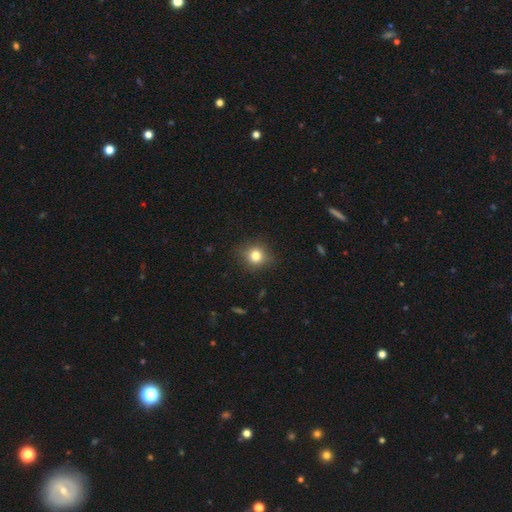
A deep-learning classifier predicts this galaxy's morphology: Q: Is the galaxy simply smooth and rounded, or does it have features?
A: smooth — 79%.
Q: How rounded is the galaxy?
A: round — 82%.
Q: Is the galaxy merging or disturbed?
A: none — 85%.